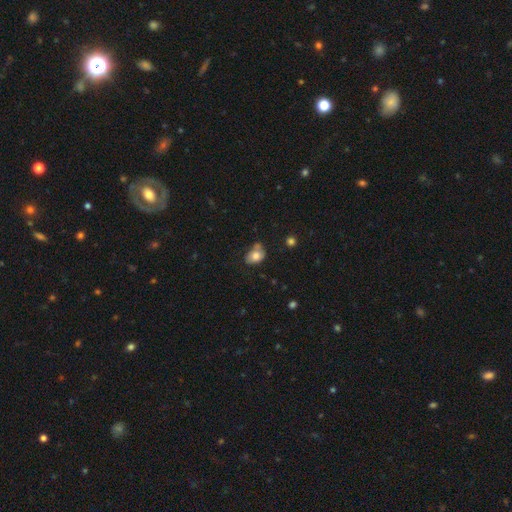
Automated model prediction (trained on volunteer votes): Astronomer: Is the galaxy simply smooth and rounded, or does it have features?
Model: smooth — 78%.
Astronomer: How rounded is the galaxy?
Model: in between — 71%.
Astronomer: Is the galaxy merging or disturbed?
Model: none — 51% (runner-up: minor disturbance, 28%).